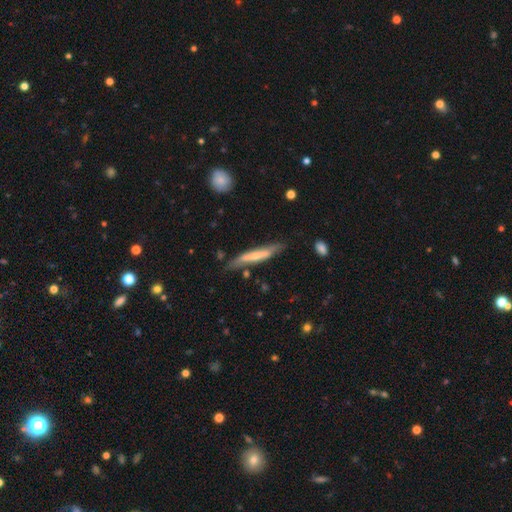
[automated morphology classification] Smooth or featured: featured or disk — 48% (smooth — 47%)
Merging: none — 70% (minor disturbance — 21%)